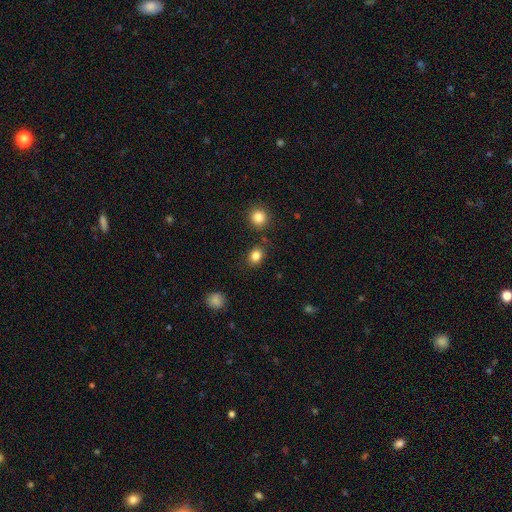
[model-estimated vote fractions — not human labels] smooth 83%, star or artifact 12%, featured or disk 5%. Down the decision tree: how rounded — round (57%); merging — none (83%).